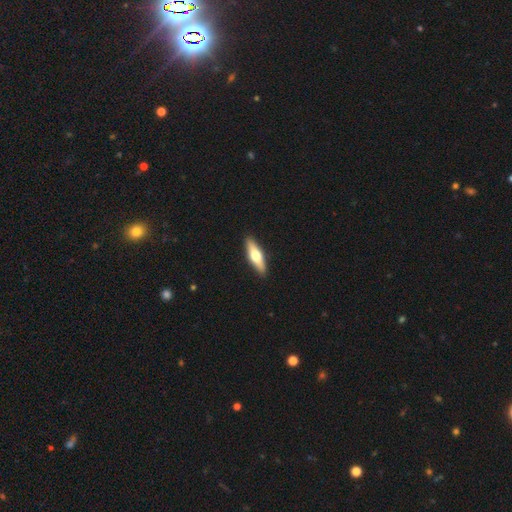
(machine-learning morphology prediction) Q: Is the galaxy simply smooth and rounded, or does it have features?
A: smooth — 50%.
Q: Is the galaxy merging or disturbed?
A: none — 91%.